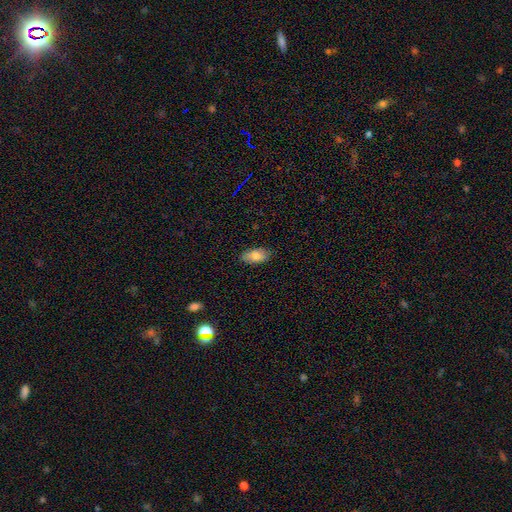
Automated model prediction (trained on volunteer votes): Smooth or featured? smooth (83%)
How rounded? in between (92%)
Merging? none (85%)